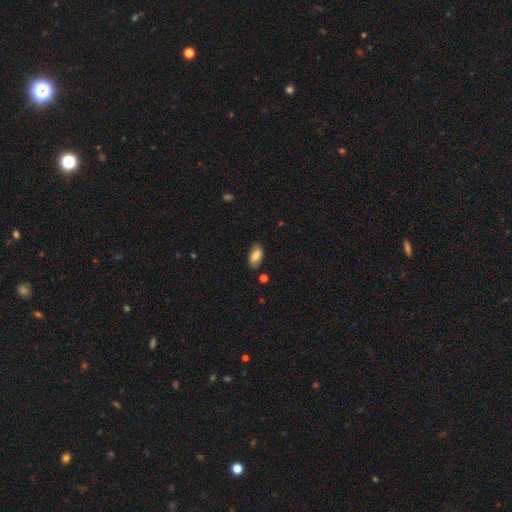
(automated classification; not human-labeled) Q: Smooth or featured?
A: smooth (77%); runner-up: featured or disk (16%)
Q: How rounded?
A: in between (90%); runner-up: cigar-shaped (6%)
Q: Merging?
A: none (80%); runner-up: minor disturbance (15%)